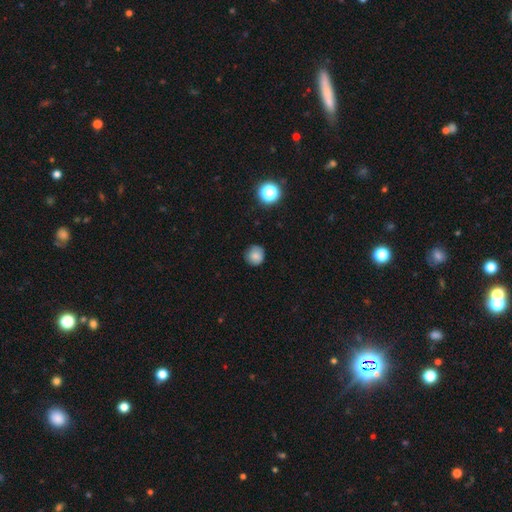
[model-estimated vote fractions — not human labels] Overall: smooth (82%). How rounded: round (91%). Merging: none (83%).